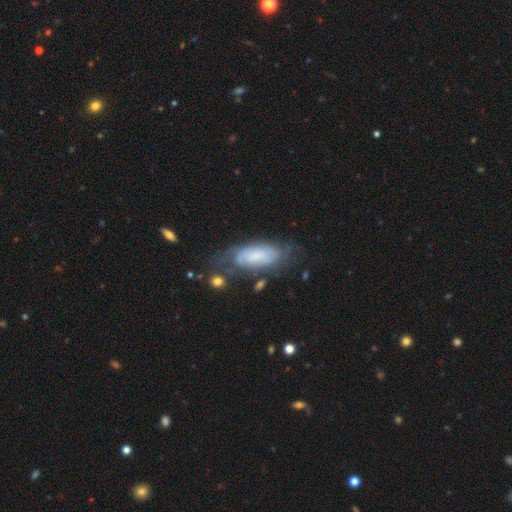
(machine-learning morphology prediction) type=smooth (49%); merging=none (53%).